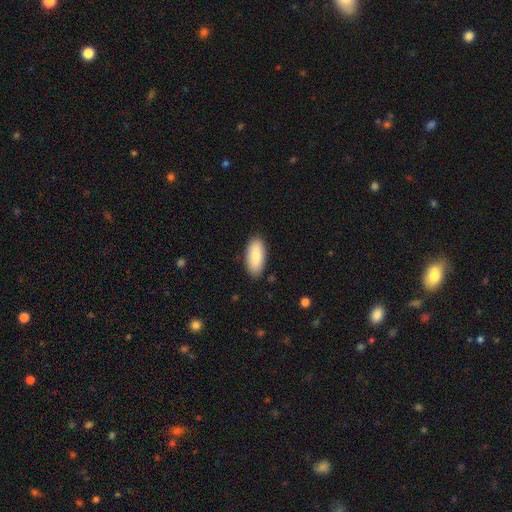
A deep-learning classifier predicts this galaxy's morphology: Q: Smooth or featured?
A: smooth (84%); runner-up: featured or disk (11%)
Q: How rounded?
A: in between (89%); runner-up: cigar-shaped (9%)
Q: Merging?
A: none (87%); runner-up: minor disturbance (10%)